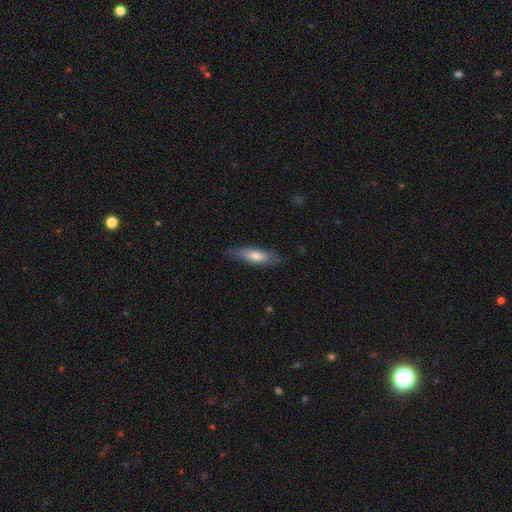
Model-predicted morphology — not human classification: Overall: smooth (67%; featured or disk 27%). How rounded: cigar-shaped (57%; in between 42%). Merging: none (77%).